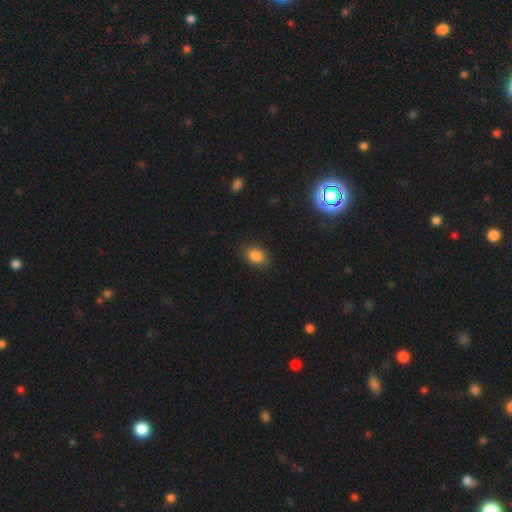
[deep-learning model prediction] Overall: smooth (84%). How rounded: in between (78%). Merging: none (84%).